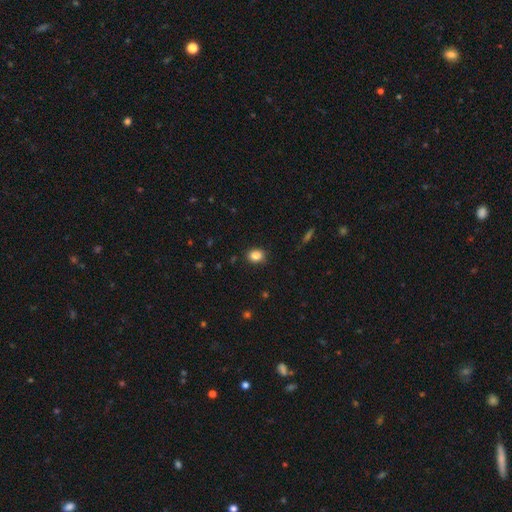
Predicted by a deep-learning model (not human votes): Smooth or featured? Predicted: smooth (p=0.86). How rounded? Predicted: in between (p=0.52). Merging? Predicted: none (p=0.87).